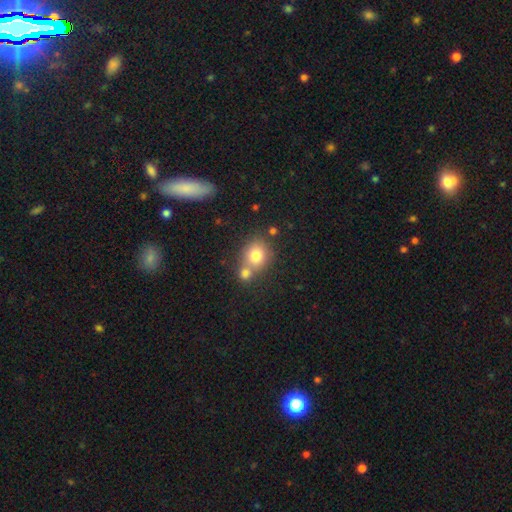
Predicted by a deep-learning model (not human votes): This is likely a smooth galaxy (78%). How rounded: likely round (72%). Merging: possibly none (48%).